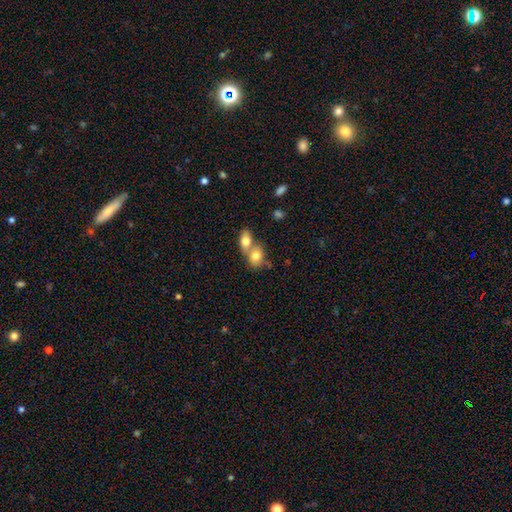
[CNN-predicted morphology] type=smooth (76%); roundness=in between (56%); merging=merger (70%).